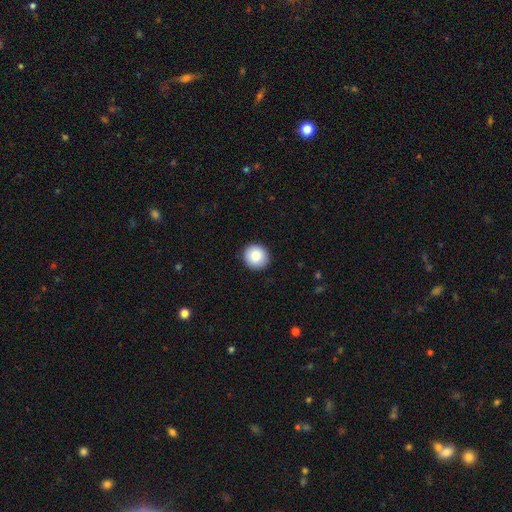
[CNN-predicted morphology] This appears to be a smooth galaxy with no disk features (83%) that is round (91%). Merging: none (92%).